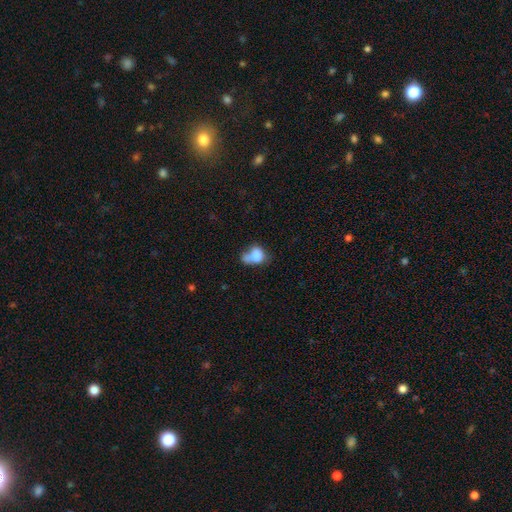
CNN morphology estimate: type=smooth (75%); roundness=in between (67%); merging=merger (42%).